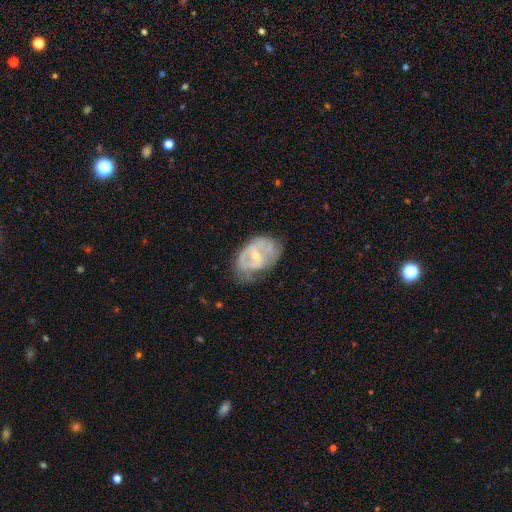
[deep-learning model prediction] Morphology: type=featured or disk (65%); edge-on=no (96%); bar=no (44%); spiral arms=yes (54%); bulge=small (55%); merging=none (42%).